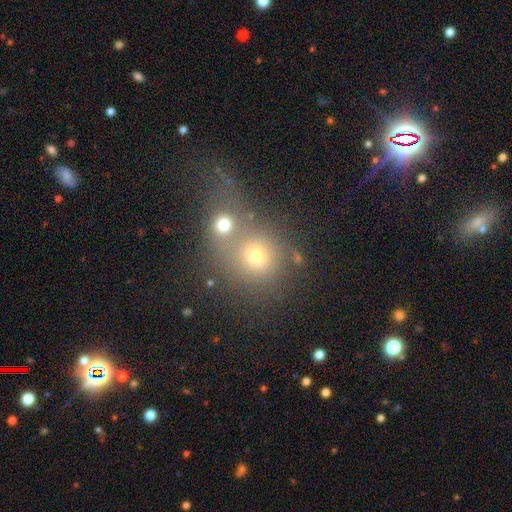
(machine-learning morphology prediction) Overall: smooth (66%). How rounded: round (78%). Merging: merger (57%; none 31%).